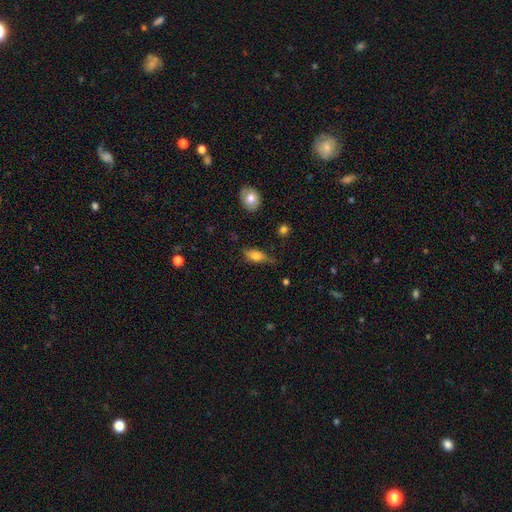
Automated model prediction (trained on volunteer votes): A smooth galaxy with no disk features (73%) that is in between round and cigar-shaped (79%). Merging: none (57%).